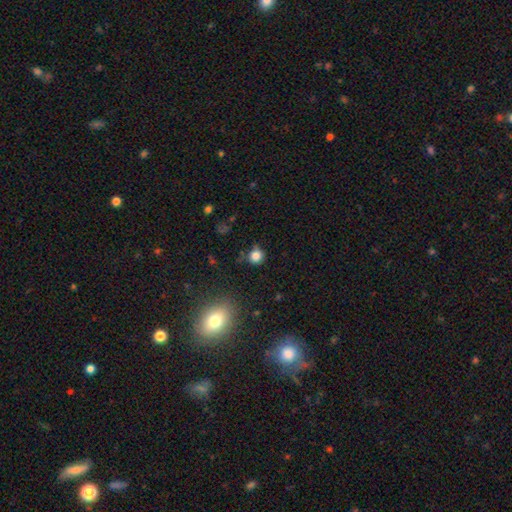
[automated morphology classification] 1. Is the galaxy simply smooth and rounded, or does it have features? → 81% smooth, 13% star or artifact, 6% featured or disk.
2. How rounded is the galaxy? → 88% round, 11% in between, 1% cigar-shaped.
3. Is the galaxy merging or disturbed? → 75% none, 16% minor disturbance, 5% major disturbance, 4% merger.